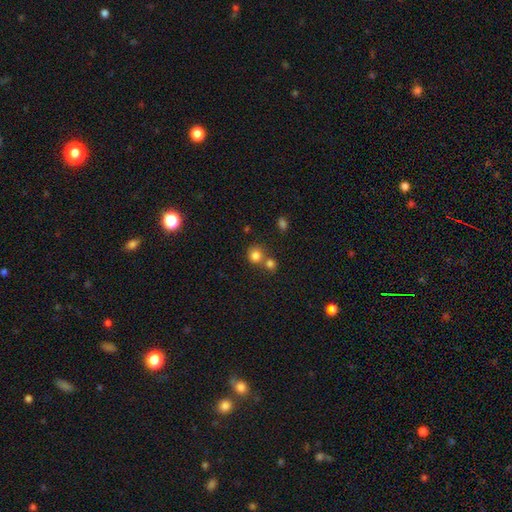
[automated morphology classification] Smooth or featured?
  - smooth: 81% *
  - star or artifact: 12%
  - featured or disk: 7%
How rounded?
  - round: 85% *
  - in between: 14%
  - cigar-shaped: 1%
Merging?
  - none: 51% *
  - merger: 37%
  - minor disturbance: 8%
  - major disturbance: 3%